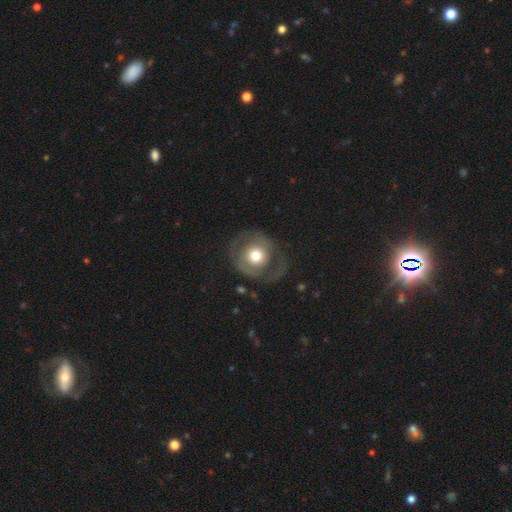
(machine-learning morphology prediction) The model was most divided on "smooth or featured": featured or disk: 48%, smooth: 46%, star or artifact: 6%. More confident: merging — none (68%).